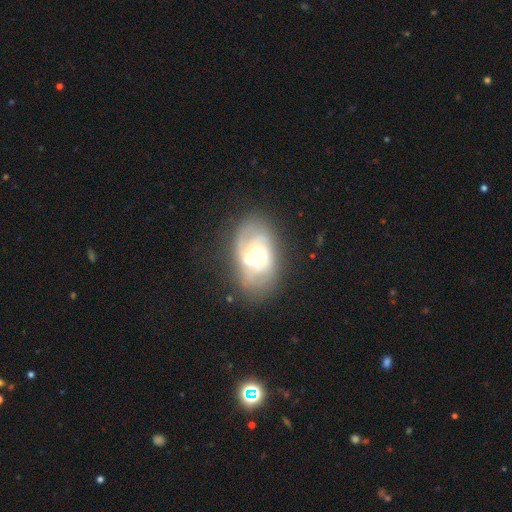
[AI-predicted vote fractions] This is clearly a featured or disk galaxy (80%). It is clearly not viewed edge-on (96%). Bar: marginally no (45%). Spiral arm pattern: clearly yes (90%). Spiral arm count: possibly 2 (49%). Spiral winding: marginally medium (44%). Central bulge: possibly moderate (59%). Merging: likely none (68%).